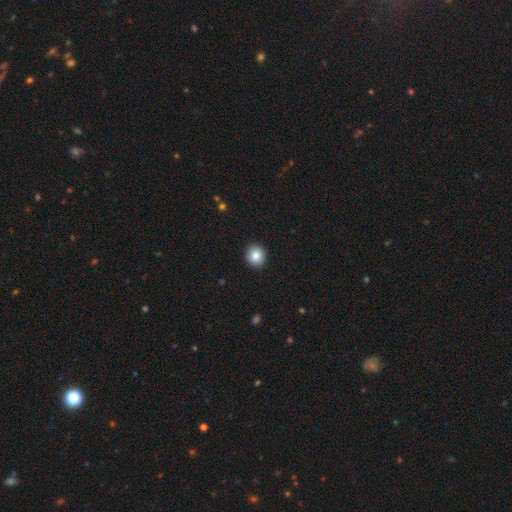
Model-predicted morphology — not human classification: A smooth galaxy with no disk features (86%) that is round (86%).

Vote fractions:
- Smooth or featured? smooth: 86% / star or artifact: 9% / featured or disk: 5%
- How rounded? round: 86% / in between: 13% / cigar-shaped: 1%
- Merging? none: 92% / minor disturbance: 5% / major disturbance: 2% / merger: 1%